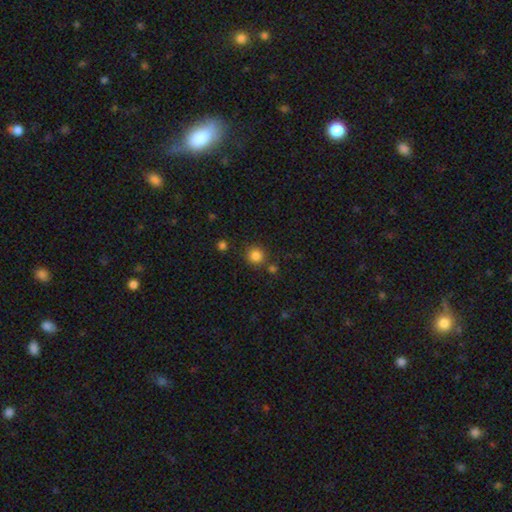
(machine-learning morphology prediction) This is clearly a smooth galaxy (84%). How rounded: clearly round (93%). Merging: clearly none (82%).